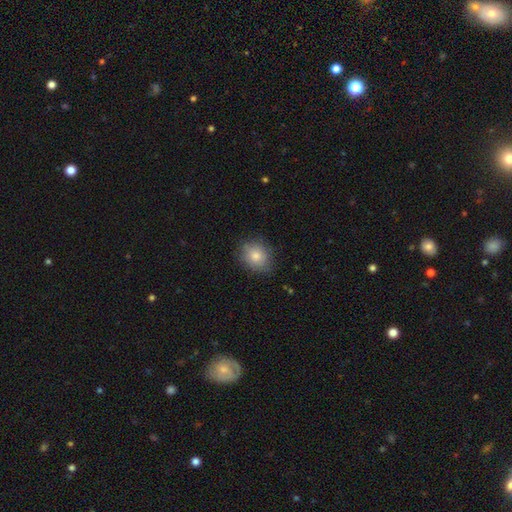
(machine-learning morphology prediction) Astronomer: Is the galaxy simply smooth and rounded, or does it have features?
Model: smooth — 80%.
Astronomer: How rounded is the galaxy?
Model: round — 60% (runner-up: in between, 39%).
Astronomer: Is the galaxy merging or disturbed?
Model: none — 82%.